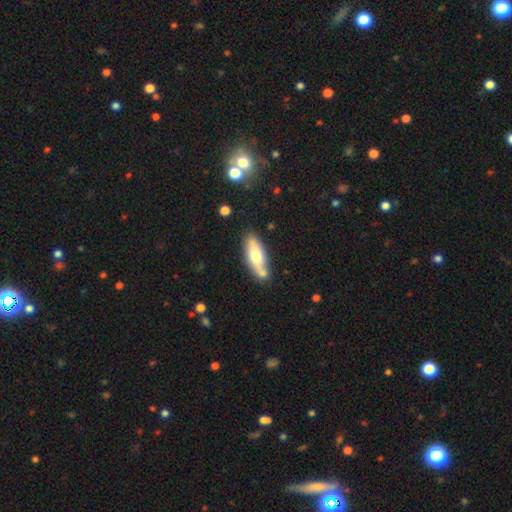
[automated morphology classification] A smooth galaxy with no disk features (60%) that is in between round and cigar-shaped (58%).

Vote fractions:
- Smooth or featured? smooth: 60% / featured or disk: 33% / star or artifact: 7%
- How rounded? in between: 58% / cigar-shaped: 40% / round: 2%
- Merging? none: 66% / minor disturbance: 16% / merger: 14% / major disturbance: 3%